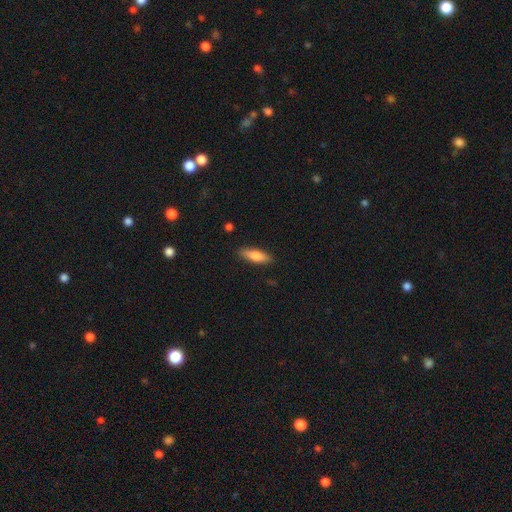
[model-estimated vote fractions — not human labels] Smooth or featured? smooth (74%)
How rounded? cigar-shaped (49%)
Merging? none (87%)